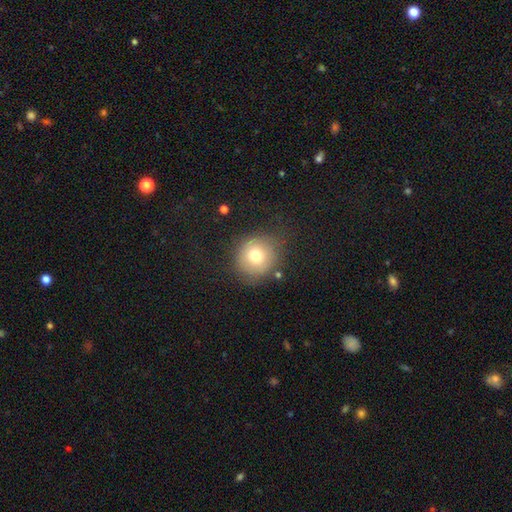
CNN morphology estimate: Smooth or featured?
  - smooth: 73% *
  - featured or disk: 15%
  - star or artifact: 11%
How rounded?
  - round: 89% *
  - in between: 10%
  - cigar-shaped: 1%
Merging?
  - none: 74% *
  - minor disturbance: 17%
  - major disturbance: 7%
  - merger: 2%